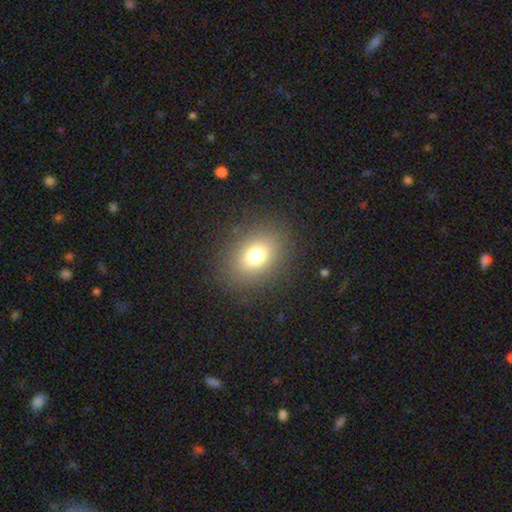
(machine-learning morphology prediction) type=smooth (72%); roundness=in between (51%); merging=none (86%).